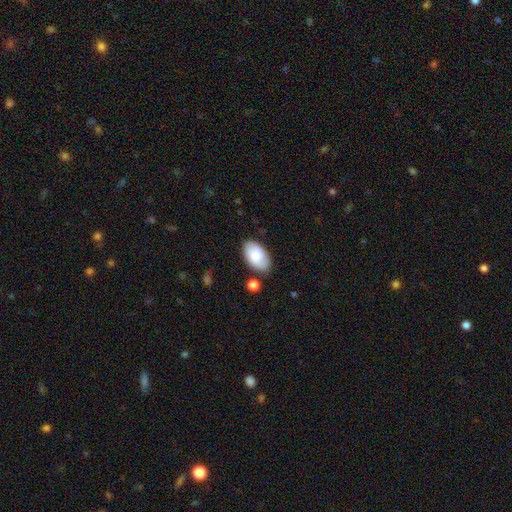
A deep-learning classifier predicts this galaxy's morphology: A smooth galaxy with no disk features (74%) that is in between round and cigar-shaped (94%).

Vote fractions:
- Smooth or featured? smooth: 74% / featured or disk: 19% / star or artifact: 7%
- How rounded? in between: 94% / round: 5% / cigar-shaped: 1%
- Merging? none: 76% / minor disturbance: 16% / merger: 4% / major disturbance: 4%